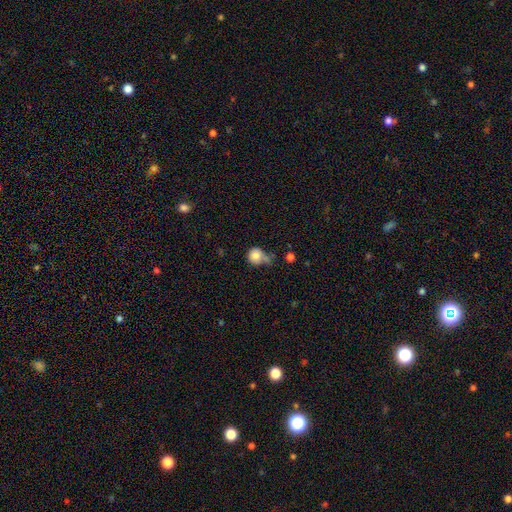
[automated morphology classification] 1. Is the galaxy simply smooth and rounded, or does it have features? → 80% smooth, 11% featured or disk, 9% star or artifact.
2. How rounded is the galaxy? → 85% round, 14% in between, 1% cigar-shaped.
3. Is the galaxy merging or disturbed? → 41% none, 28% minor disturbance, 17% merger, 15% major disturbance.